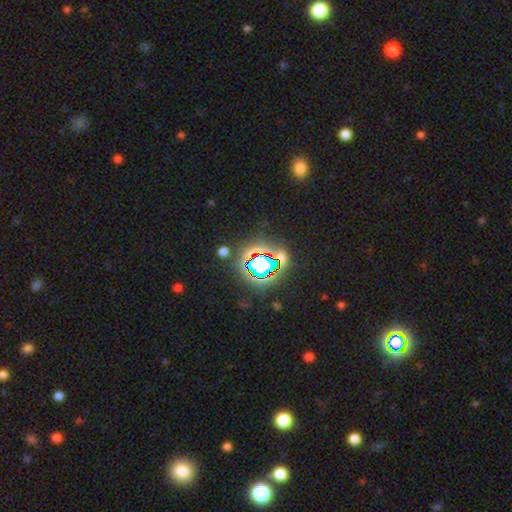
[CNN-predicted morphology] The model was most divided on "smooth or featured": star or artifact: 74%, smooth: 15%, featured or disk: 10%.